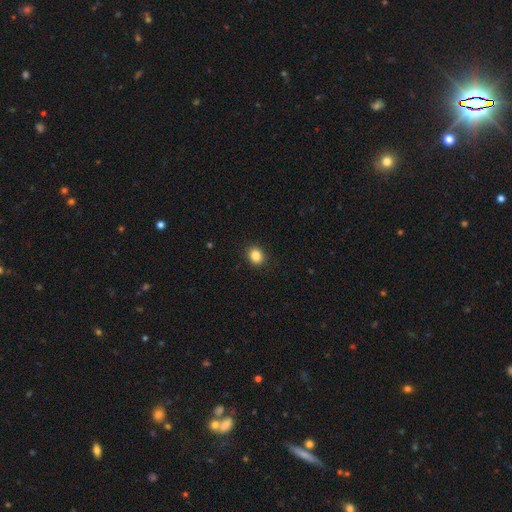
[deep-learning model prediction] Smooth or featured?
  - smooth: 85% *
  - star or artifact: 10%
  - featured or disk: 4%
How rounded?
  - round: 65% *
  - in between: 35%
  - cigar-shaped: 1%
Merging?
  - none: 91% *
  - minor disturbance: 7%
  - major disturbance: 2%
  - merger: 1%